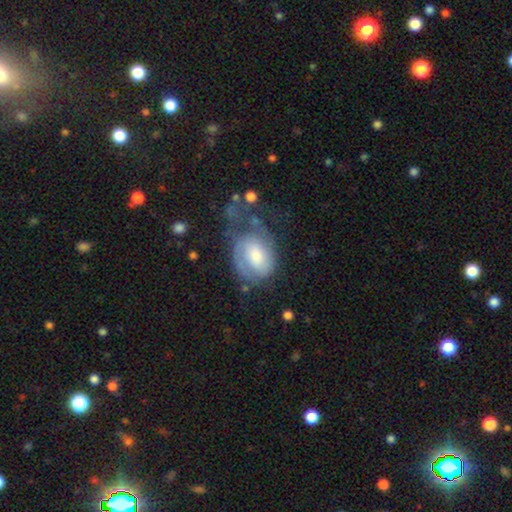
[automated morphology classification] This appears to be a featured or disk galaxy (65%) with no bar (52%), 2 (47%) tight (48%) spiral arms (83%) and a moderate central bulge (51%). Merging: major disturbance (37%).